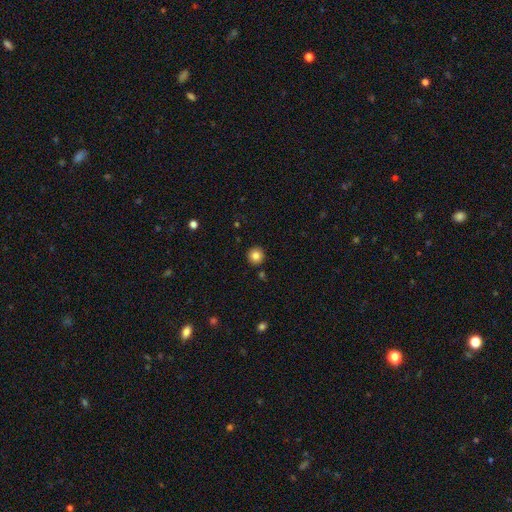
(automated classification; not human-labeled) Smooth or featured? smooth (84%)
How rounded? round (95%)
Merging? none (91%)